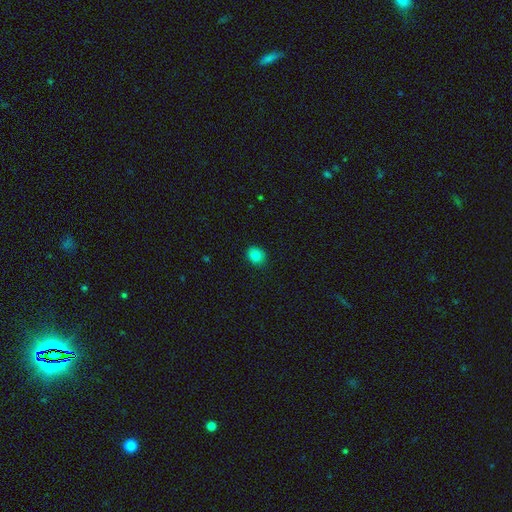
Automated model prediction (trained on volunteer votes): Smooth or featured?
  - smooth: 82% *
  - star or artifact: 12%
  - featured or disk: 7%
How rounded?
  - round: 70% *
  - in between: 29%
  - cigar-shaped: 1%
Merging?
  - none: 89% *
  - minor disturbance: 8%
  - major disturbance: 2%
  - merger: 1%